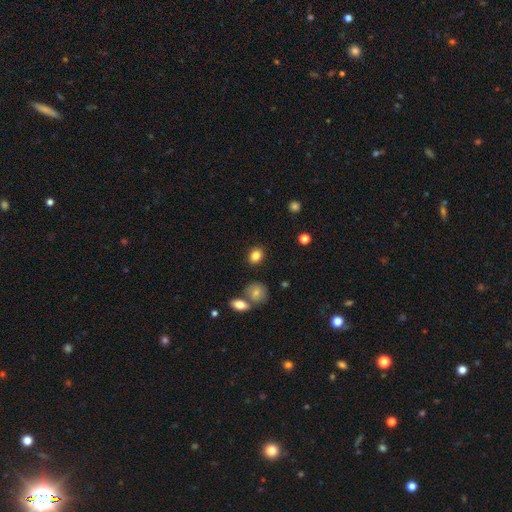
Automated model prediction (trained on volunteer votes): Smooth or featured?
  - smooth: 84% *
  - star or artifact: 10%
  - featured or disk: 6%
How rounded?
  - round: 57% *
  - in between: 42%
  - cigar-shaped: 1%
Merging?
  - none: 86% *
  - minor disturbance: 8%
  - merger: 3%
  - major disturbance: 2%